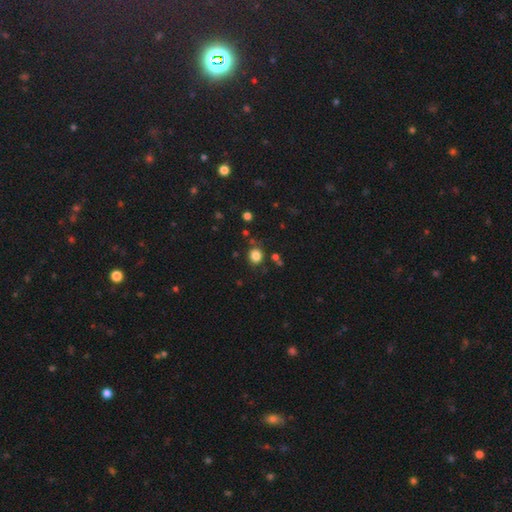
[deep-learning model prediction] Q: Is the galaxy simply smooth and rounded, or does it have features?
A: smooth — 83%.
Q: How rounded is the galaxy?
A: round — 81%.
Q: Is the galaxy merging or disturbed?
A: none — 81%.